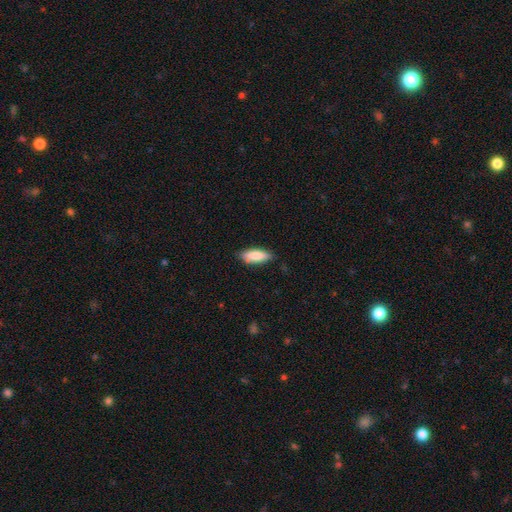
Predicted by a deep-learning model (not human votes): Overall: smooth (79%). How rounded: in between (68%; cigar-shaped 30%). Merging: none (78%).